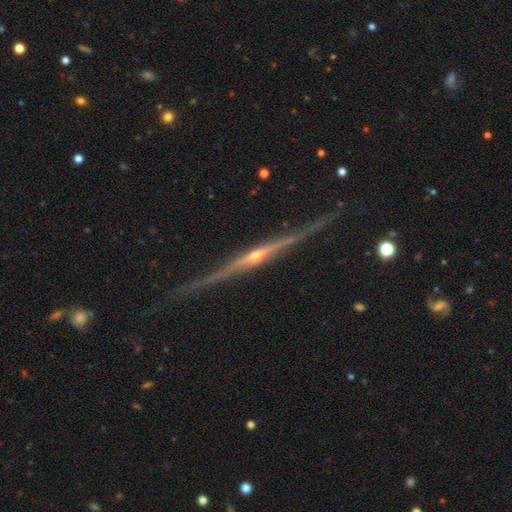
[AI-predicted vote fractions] A featured or disk galaxy (89%) viewed edge-on (97%) with a rounded central bulge (83%).

Vote fractions:
- Smooth or featured? featured or disk: 89% / smooth: 6% / star or artifact: 5%
- Edge-on disk? yes: 97% / no: 3%
- Edge-on bulge? rounded: 83% / none: 10% / boxy: 7%
- Merging? none: 78% / minor disturbance: 15% / major disturbance: 4% / merger: 3%